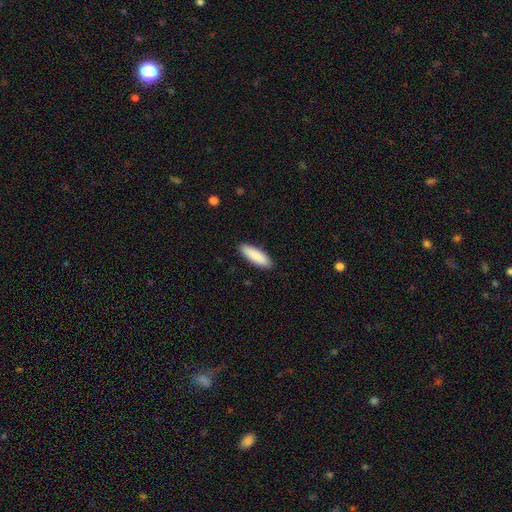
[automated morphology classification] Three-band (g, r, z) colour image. It shows a smooth galaxy with no disk features (89%) that is cigar-shaped (50%). Merging: none (90%).